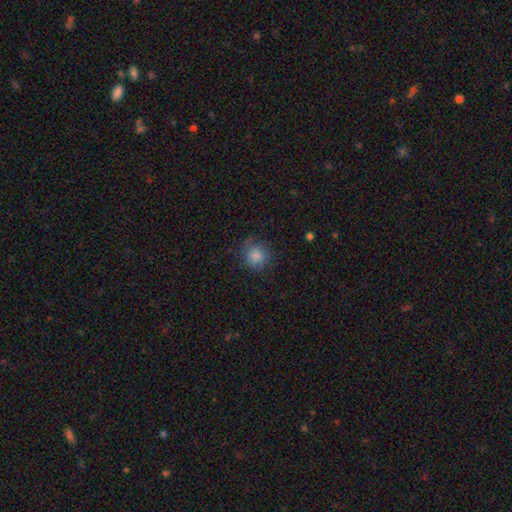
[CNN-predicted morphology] smooth-or-featured: smooth: 84% | star or artifact: 10% | featured or disk: 6%
  how-rounded: round: 89% | in between: 10% | cigar-shaped: 1%
  merging: none: 77% | minor disturbance: 17% | major disturbance: 5% | merger: 1%